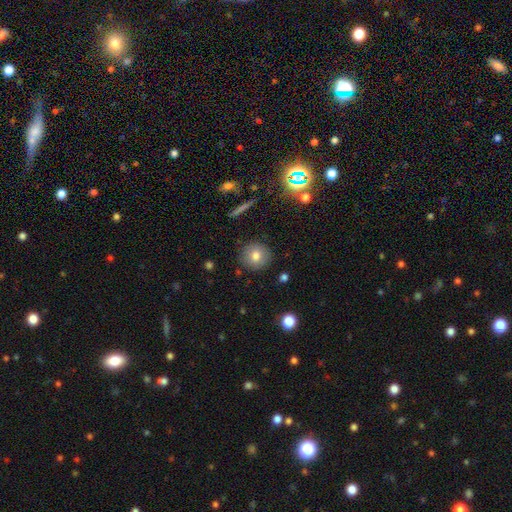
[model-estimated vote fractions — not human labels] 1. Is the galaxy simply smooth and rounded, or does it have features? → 76% smooth, 13% featured or disk, 11% star or artifact.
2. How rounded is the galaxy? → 91% round, 8% in between, 1% cigar-shaped.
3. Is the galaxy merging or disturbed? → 89% none, 7% minor disturbance, 2% major disturbance, 2% merger.